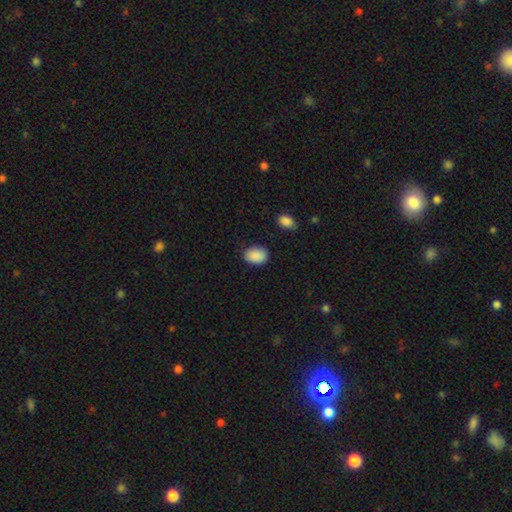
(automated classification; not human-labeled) Smooth or featured? smooth (89%)
How rounded? in between (75%)
Merging? none (82%)